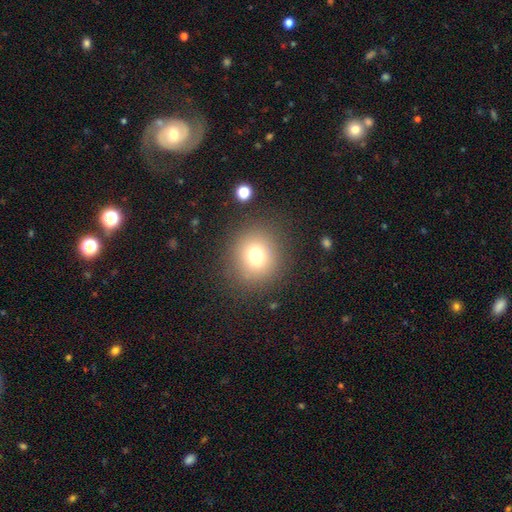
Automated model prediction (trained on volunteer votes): This appears to be a smooth galaxy with no disk features (74%) that is round (86%). Merging: none (85%).